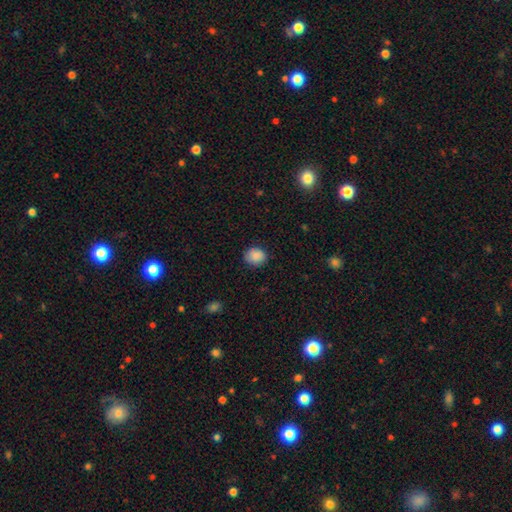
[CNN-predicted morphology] Smooth or featured: smooth — 88% (star or artifact — 8%)
How rounded: round — 66% (in between — 33%)
Merging: none — 83% (minor disturbance — 13%)